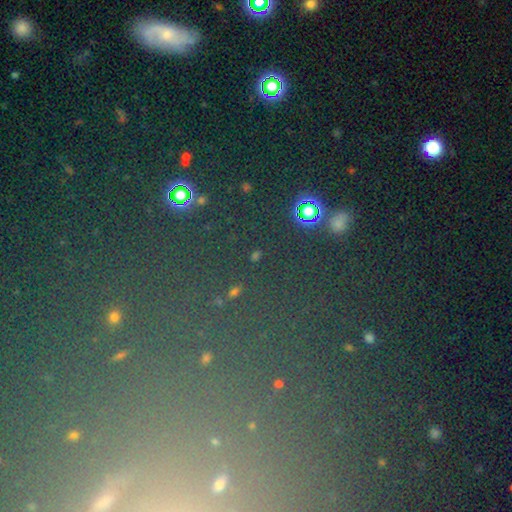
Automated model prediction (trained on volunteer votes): Q: Smooth or featured?
A: star or artifact (67%); runner-up: smooth (23%)